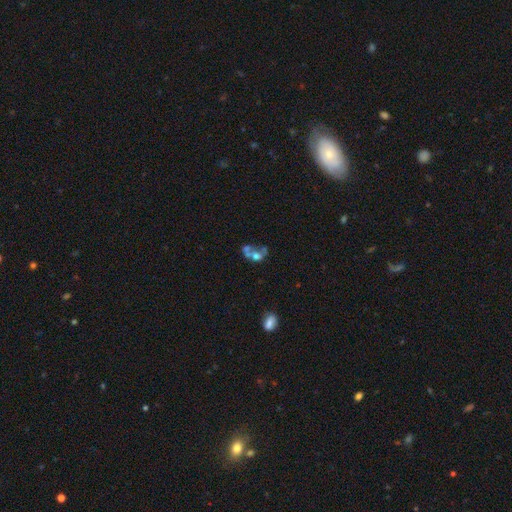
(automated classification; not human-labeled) Smooth or featured? Predicted: featured or disk (p=0.43). Merging? Predicted: merger (p=0.52).